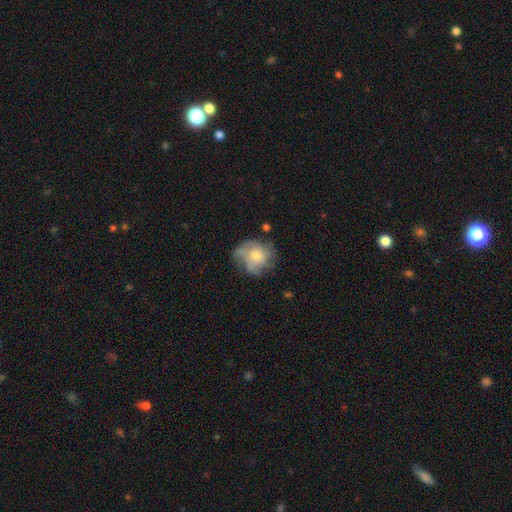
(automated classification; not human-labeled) Smooth or featured: featured or disk — 58% (smooth — 32%)
Edge-on disk: no — 97% (yes — 3%)
Bar: no — 83% (weak — 15%)
Spiral arms: yes — 78% (no — 22%)
Bulge size: moderate — 57% (small — 31%)
Merging: none — 61% (minor disturbance — 23%)